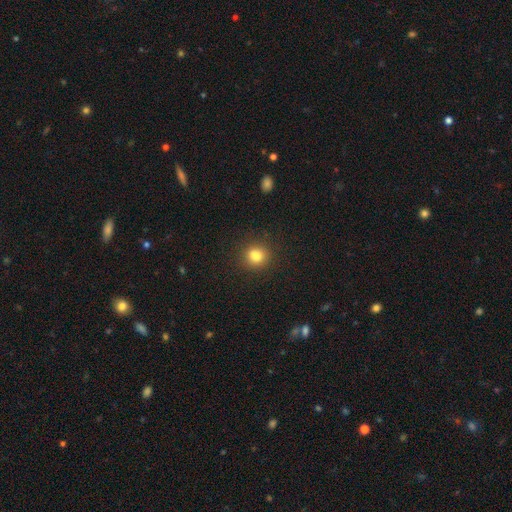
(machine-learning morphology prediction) A smooth galaxy with no disk features (81%) that is round (78%).

Vote fractions:
- Smooth or featured? smooth: 81% / star or artifact: 13% / featured or disk: 7%
- How rounded? round: 78% / in between: 21% / cigar-shaped: 1%
- Merging? none: 78% / minor disturbance: 11% / merger: 8% / major disturbance: 3%